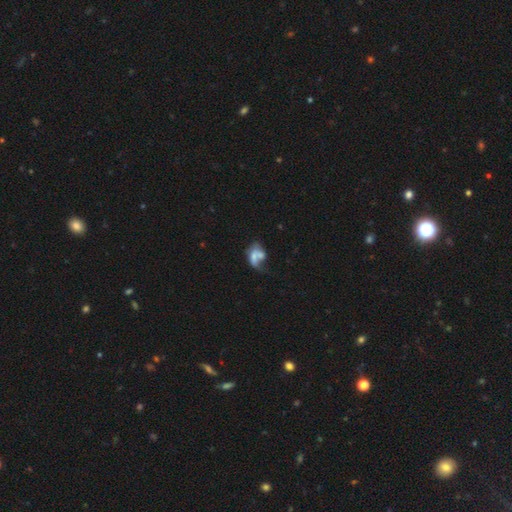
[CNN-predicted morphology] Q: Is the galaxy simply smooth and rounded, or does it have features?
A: smooth — 45%.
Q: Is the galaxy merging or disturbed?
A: merger — 39%.